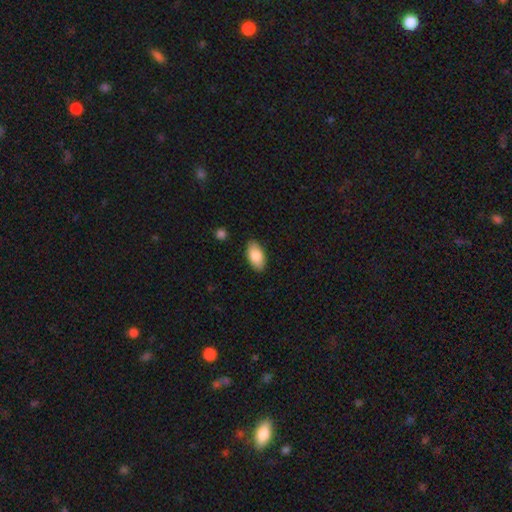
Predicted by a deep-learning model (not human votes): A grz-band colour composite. It shows a smooth galaxy with no disk features (86%) that is in between round and cigar-shaped (94%). Merging: none (86%).